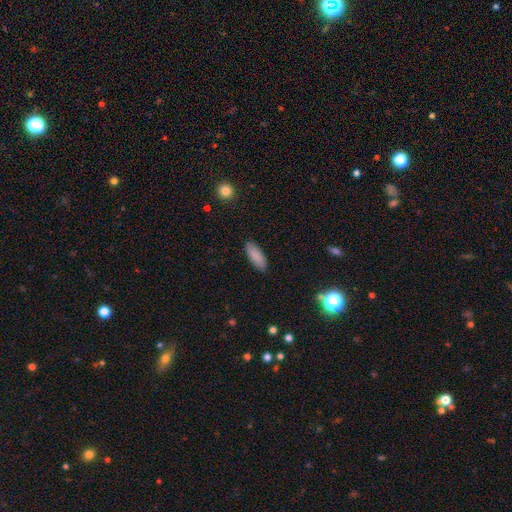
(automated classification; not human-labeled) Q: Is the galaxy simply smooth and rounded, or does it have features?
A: smooth — 88%.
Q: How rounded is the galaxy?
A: in between — 71%.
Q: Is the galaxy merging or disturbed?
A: none — 87%.